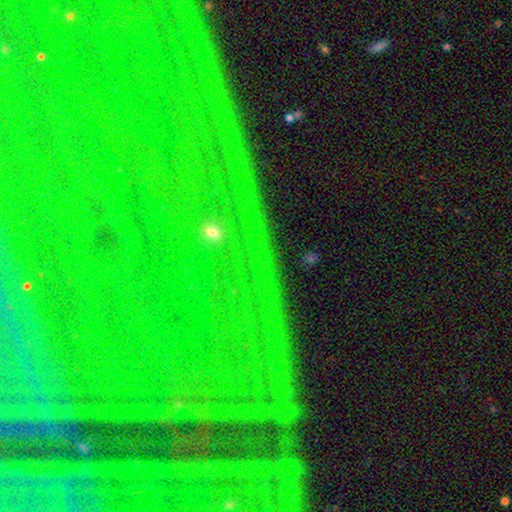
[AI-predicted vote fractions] Smooth or featured?
  - star or artifact: 80% *
  - featured or disk: 11%
  - smooth: 9%